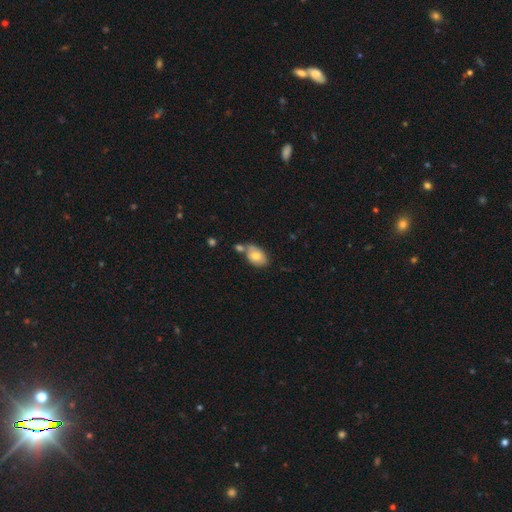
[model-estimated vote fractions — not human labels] This appears to be a smooth galaxy with no disk features (74%) that is in between round and cigar-shaped (85%). Merging: none (49%).